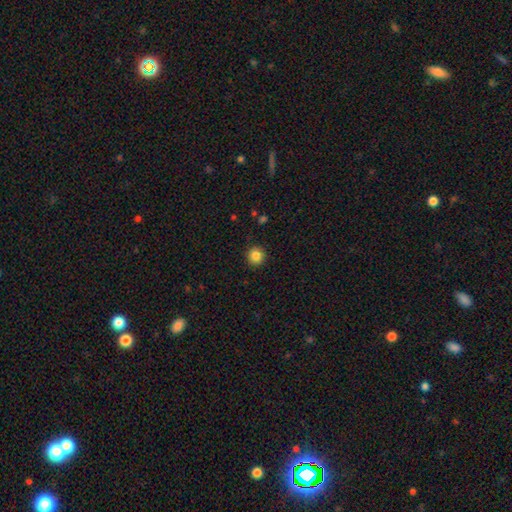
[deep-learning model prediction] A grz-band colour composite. It shows a smooth galaxy with no disk features (86%) that is round (92%). Merging: none (90%).